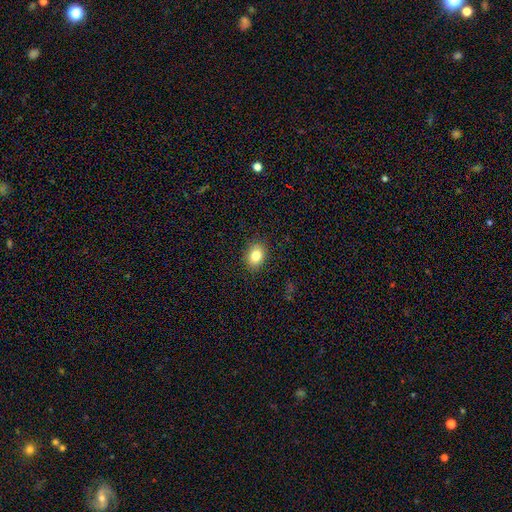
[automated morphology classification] smooth 82%, star or artifact 10%, featured or disk 8%. Down the decision tree: how rounded — in between (63%); merging — none (88%).